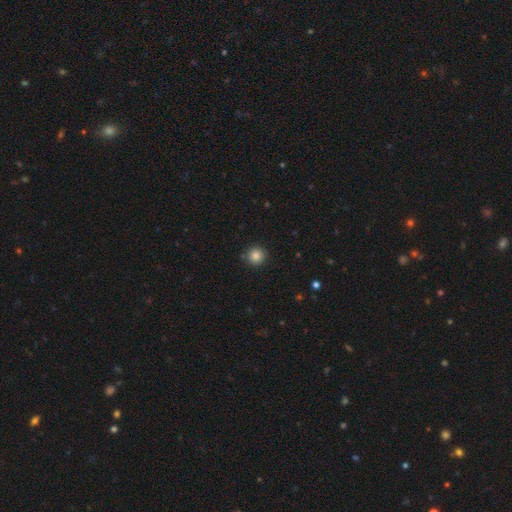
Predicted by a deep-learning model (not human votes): Overall: smooth (84%). How rounded: round (95%). Merging: none (89%).